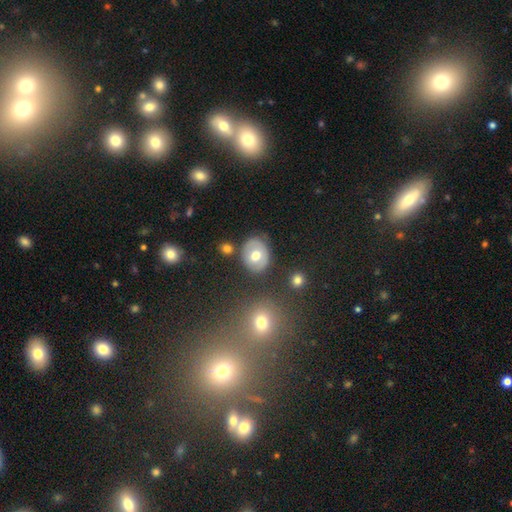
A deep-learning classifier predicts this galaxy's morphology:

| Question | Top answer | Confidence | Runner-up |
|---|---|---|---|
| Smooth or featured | smooth | 60% | featured or disk (32%) |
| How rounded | round | 54% | in between (45%) |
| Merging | none | 79% | minor disturbance (12%) |